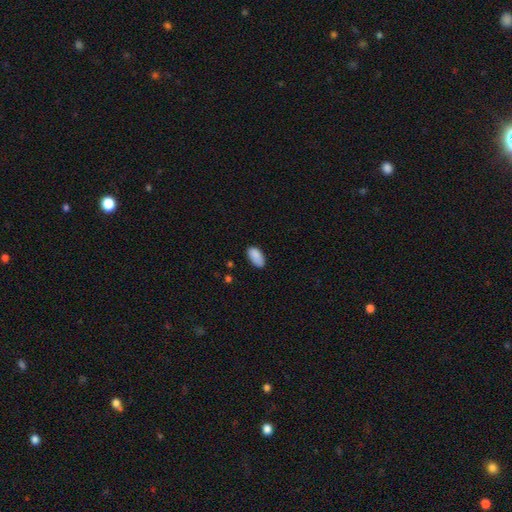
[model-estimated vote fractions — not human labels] smooth_or_featured: smooth (p=0.88) [alt: star or artifact p=0.07]
how_rounded: in between (p=0.94) [alt: round p=0.03]
merging: none (p=0.75) [alt: minor disturbance p=0.19]